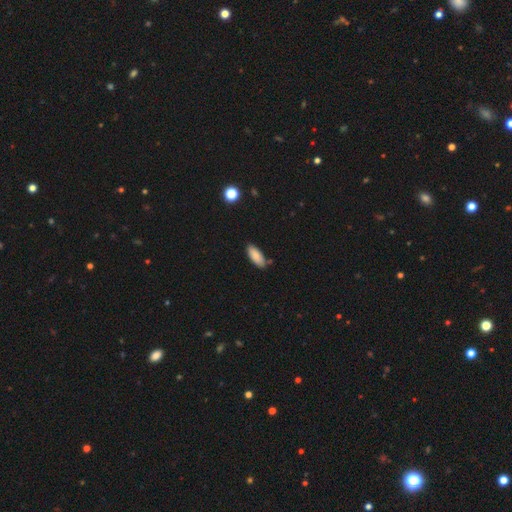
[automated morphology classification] Overall: smooth (86%). How rounded: in between (78%). Merging: none (78%).